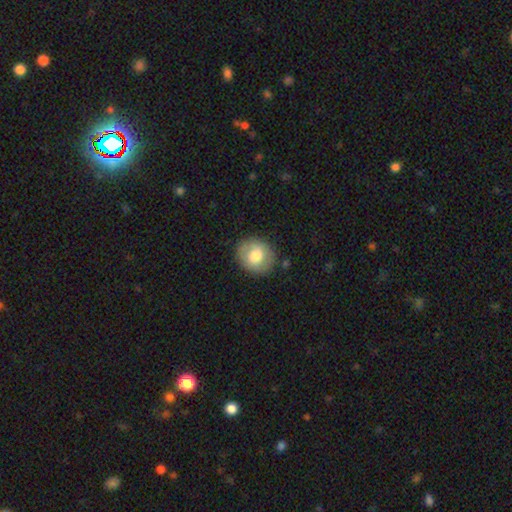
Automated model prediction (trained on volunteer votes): This appears to be a smooth galaxy with no disk features (73%) that is round (73%). Merging: none (85%).